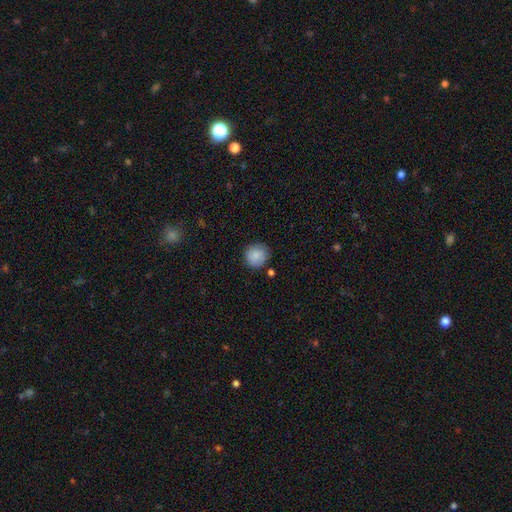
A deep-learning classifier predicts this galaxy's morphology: Smooth or featured: smooth — 86% (star or artifact — 7%)
How rounded: round — 91% (in between — 8%)
Merging: none — 81% (minor disturbance — 13%)